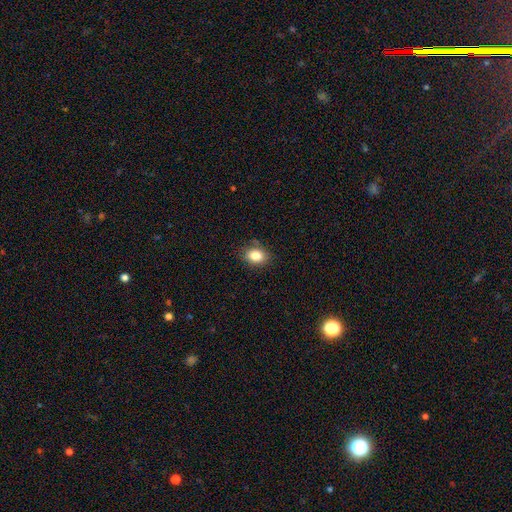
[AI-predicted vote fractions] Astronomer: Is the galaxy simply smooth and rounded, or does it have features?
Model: smooth — 83%.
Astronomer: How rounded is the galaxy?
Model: in between — 67%.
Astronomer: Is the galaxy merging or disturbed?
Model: none — 81%.